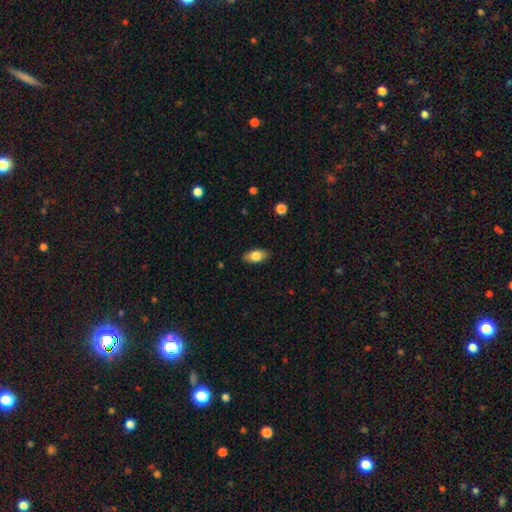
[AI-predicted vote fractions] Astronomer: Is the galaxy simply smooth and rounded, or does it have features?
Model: smooth — 79%.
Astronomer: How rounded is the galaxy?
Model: in between — 89%.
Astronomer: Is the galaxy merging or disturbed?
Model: none — 86%.